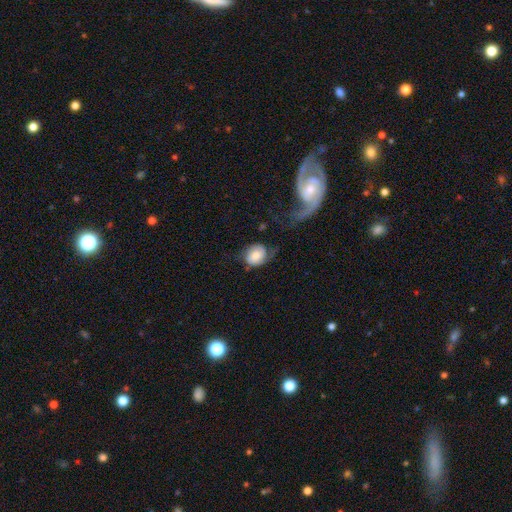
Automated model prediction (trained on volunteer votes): Overall: smooth (53%; featured or disk 40%). How rounded: round (52%; in between 47%). Merging: none (41%; minor disturbance 28%).